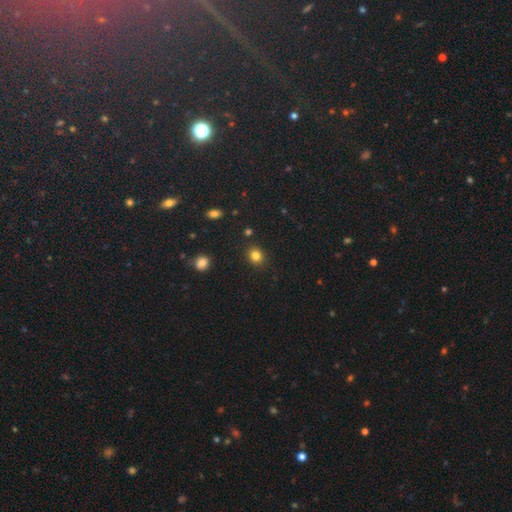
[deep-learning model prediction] A smooth galaxy with no disk features (82%) that is round (76%).

Vote fractions:
- Smooth or featured? smooth: 82% / star or artifact: 13% / featured or disk: 5%
- How rounded? round: 76% / in between: 23% / cigar-shaped: 1%
- Merging? none: 88% / minor disturbance: 7% / major disturbance: 2% / merger: 2%